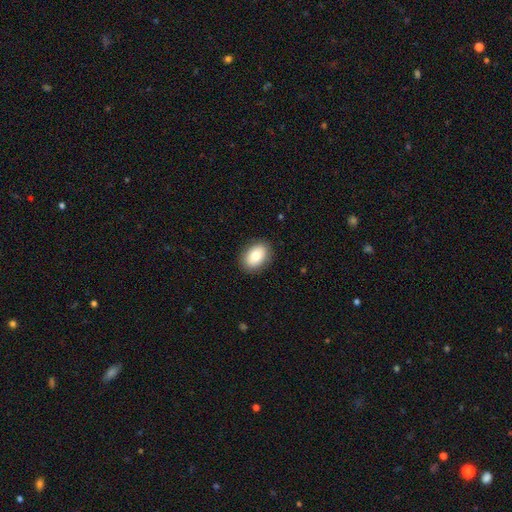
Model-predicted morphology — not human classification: This appears to be a smooth galaxy with no disk features (81%) that is in between round and cigar-shaped (84%). Merging: none (88%).